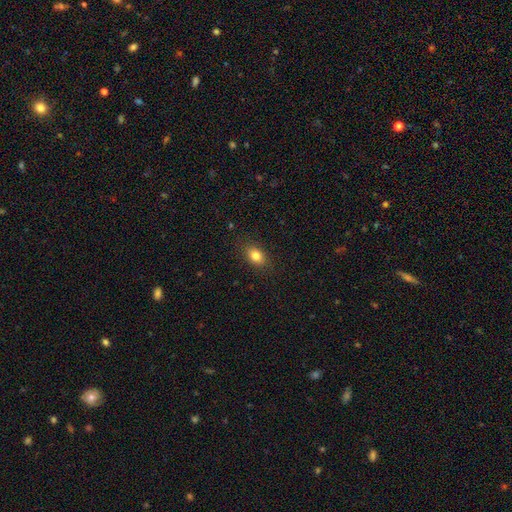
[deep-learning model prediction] Smooth or featured? smooth (82%)
How rounded? in between (77%)
Merging? none (86%)